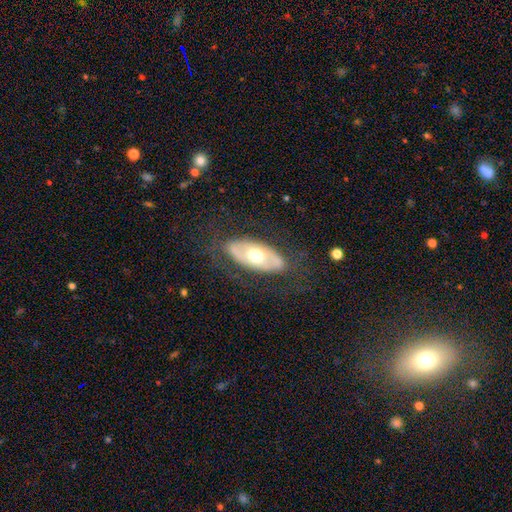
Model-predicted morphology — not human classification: Smooth or featured? Predicted: featured or disk (p=0.54). Edge-on disk? Predicted: no (p=0.83). Merging? Predicted: none (p=0.73).